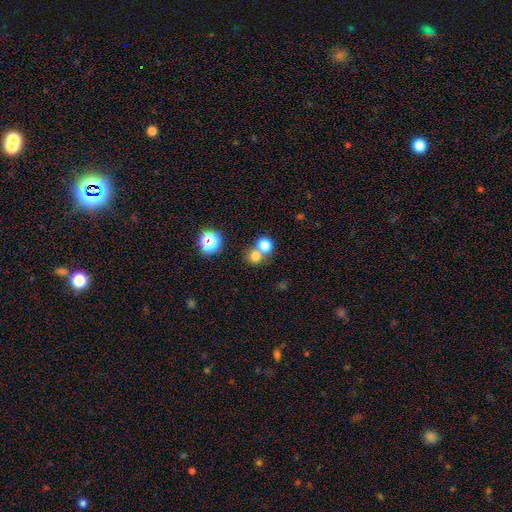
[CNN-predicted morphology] Overall: smooth (73%). How rounded: round (85%). Merging: none (50%; merger 41%).